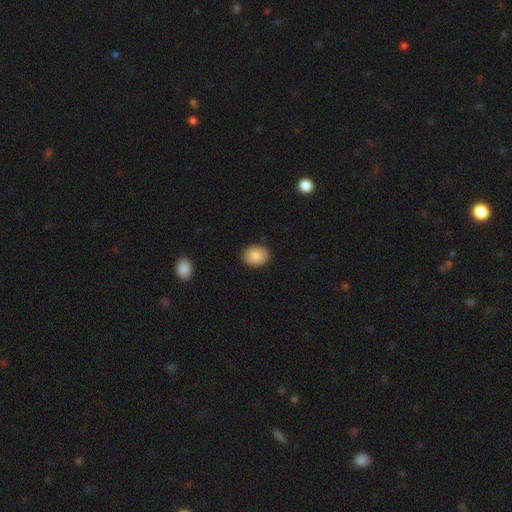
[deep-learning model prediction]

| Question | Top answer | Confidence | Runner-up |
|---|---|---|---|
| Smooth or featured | smooth | 86% | star or artifact (7%) |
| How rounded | in between | 64% | round (35%) |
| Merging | none | 87% | minor disturbance (9%) |